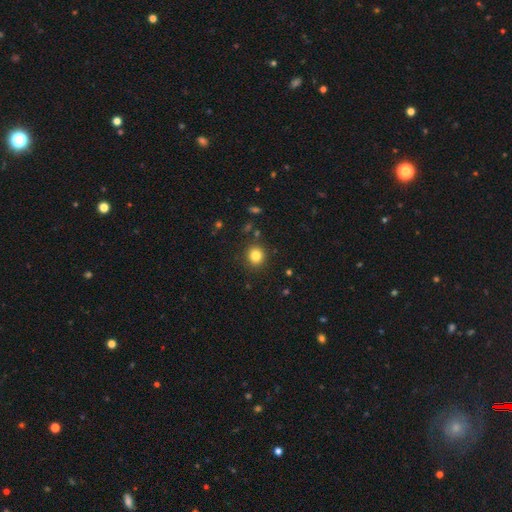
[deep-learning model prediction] Morphology: type=smooth (82%); roundness=round (86%); merging=none (89%).